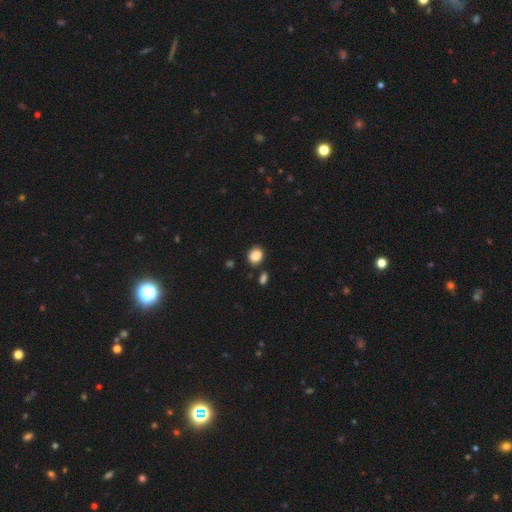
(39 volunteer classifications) smooth_or_featured: smooth (p=0.92) [alt: star or artifact p=0.08]
how_rounded: round (p=0.56) [alt: in between p=0.44]
merging: none (p=0.78) [alt: minor disturbance p=0.14]